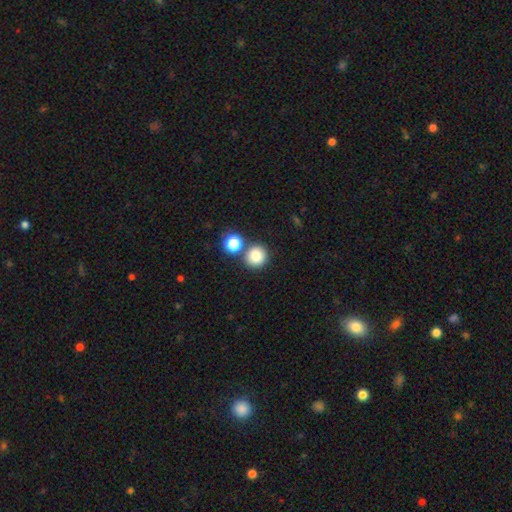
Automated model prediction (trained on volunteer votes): Smooth or featured?
  - smooth: 82% *
  - star or artifact: 11%
  - featured or disk: 6%
How rounded?
  - round: 91% *
  - in between: 8%
  - cigar-shaped: 1%
Merging?
  - none: 71% *
  - merger: 19%
  - minor disturbance: 8%
  - major disturbance: 3%